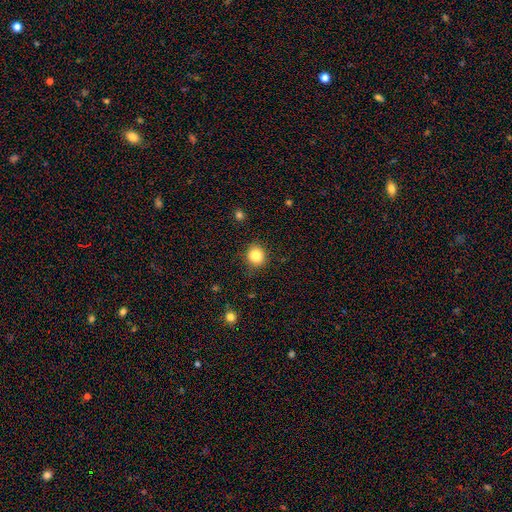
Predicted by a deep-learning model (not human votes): This is clearly a smooth galaxy (84%). How rounded: clearly round (85%). Merging: clearly none (88%).